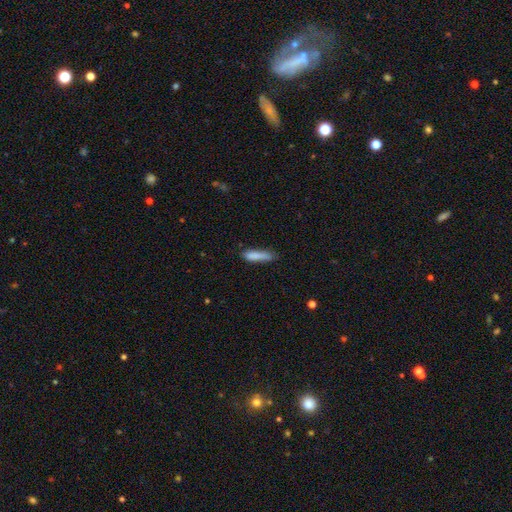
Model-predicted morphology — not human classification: Q: Smooth or featured?
A: smooth (84%); runner-up: featured or disk (9%)
Q: How rounded?
A: cigar-shaped (78%); runner-up: in between (20%)
Q: Merging?
A: none (67%); runner-up: minor disturbance (25%)